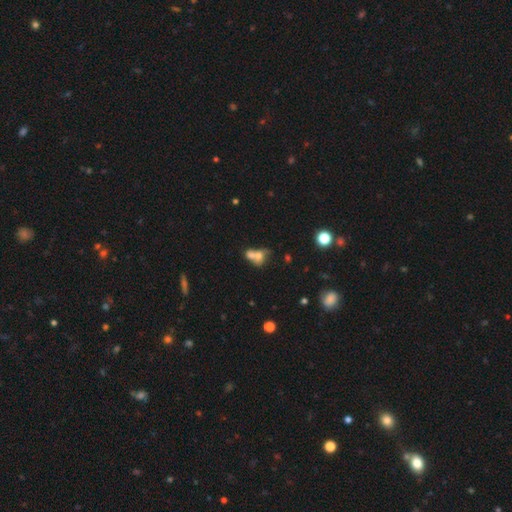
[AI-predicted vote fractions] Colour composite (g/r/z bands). It shows a smooth galaxy with no disk features (64%) that is in between round and cigar-shaped (54%). Merging: merger (69%).